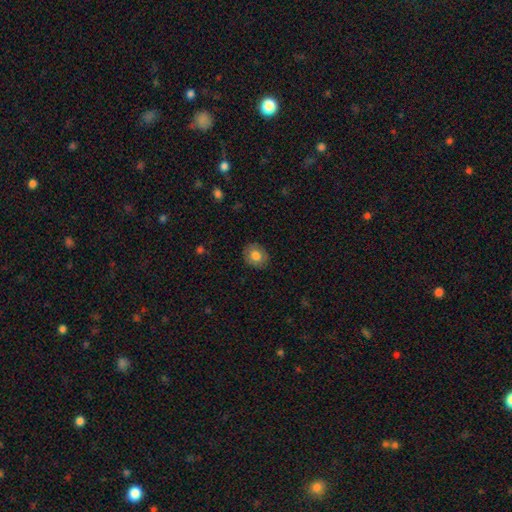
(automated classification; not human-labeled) Smooth or featured? Predicted: smooth (p=0.78). How rounded? Predicted: round (p=0.53). Merging? Predicted: none (p=0.86).